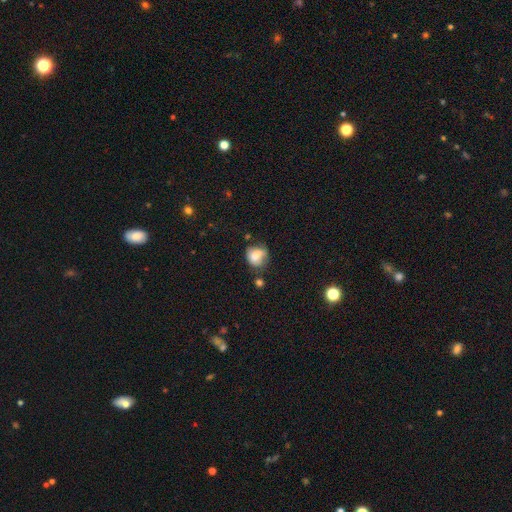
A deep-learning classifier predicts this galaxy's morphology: This appears to be a smooth galaxy with no disk features (65%) that is round (57%). Merging: none (42%).